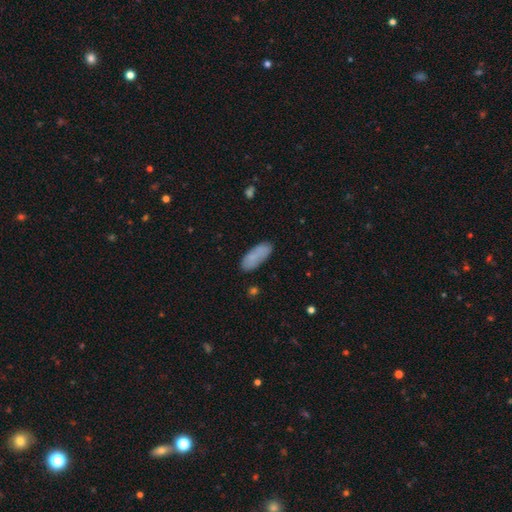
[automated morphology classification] Smooth or featured? Predicted: smooth (p=0.81). How rounded? Predicted: in between (p=0.75). Merging? Predicted: none (p=0.77).